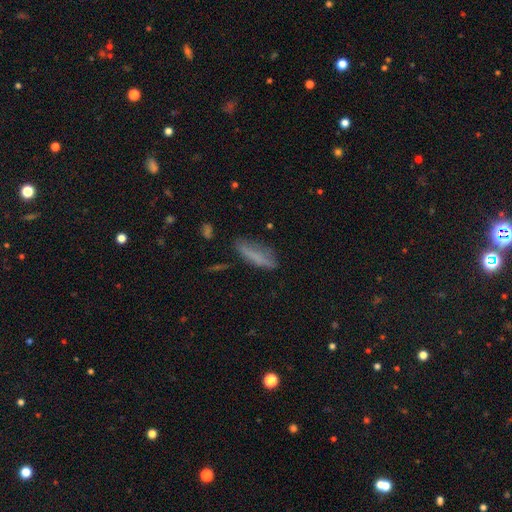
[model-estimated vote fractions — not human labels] smooth-or-featured: smooth: 69% | featured or disk: 21% | star or artifact: 9%
  how-rounded: cigar-shaped: 63% | in between: 35% | round: 2%
  merging: none: 64% | minor disturbance: 24% | major disturbance: 9% | merger: 3%